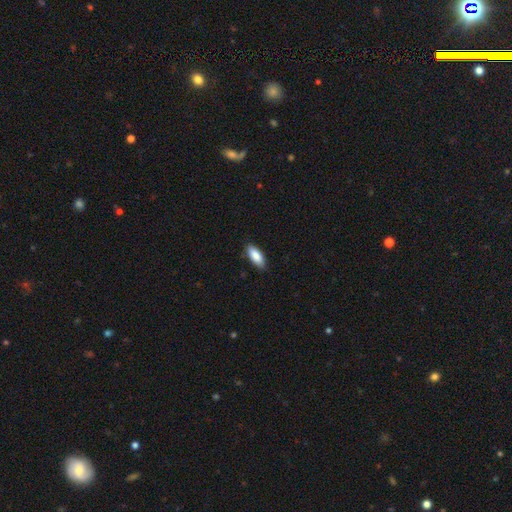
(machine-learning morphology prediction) Smooth or featured? Predicted: smooth (p=0.88). How rounded? Predicted: in between (p=0.79). Merging? Predicted: none (p=0.85).